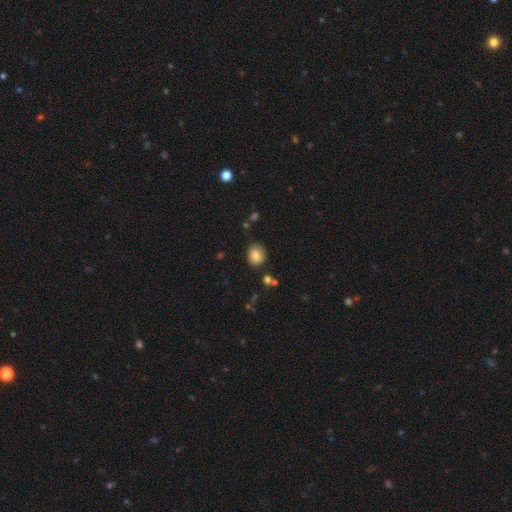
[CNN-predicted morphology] smooth-or-featured: smooth: 79% | featured or disk: 12% | star or artifact: 10%
  how-rounded: round: 56% | in between: 43% | cigar-shaped: 1%
  merging: none: 80% | minor disturbance: 13% | merger: 3% | major disturbance: 3%